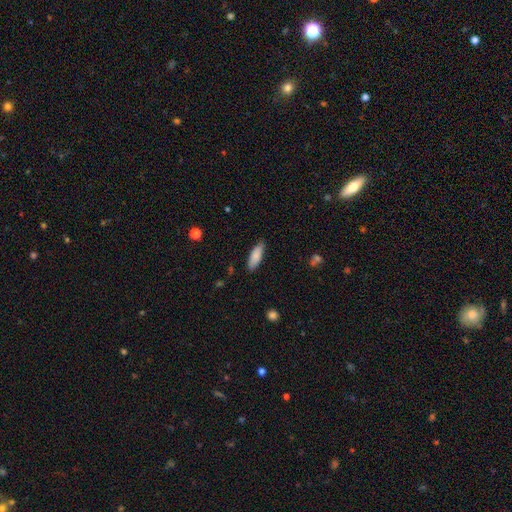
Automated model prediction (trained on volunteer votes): This appears to be a smooth galaxy with no disk features (85%) that is in between round and cigar-shaped (61%). Merging: none (85%).